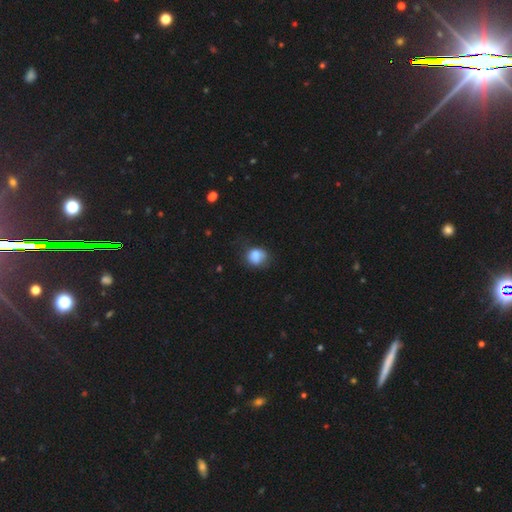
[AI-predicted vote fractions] This is clearly a smooth galaxy (80%). How rounded: likely round (65%). Merging: possibly none (52%).